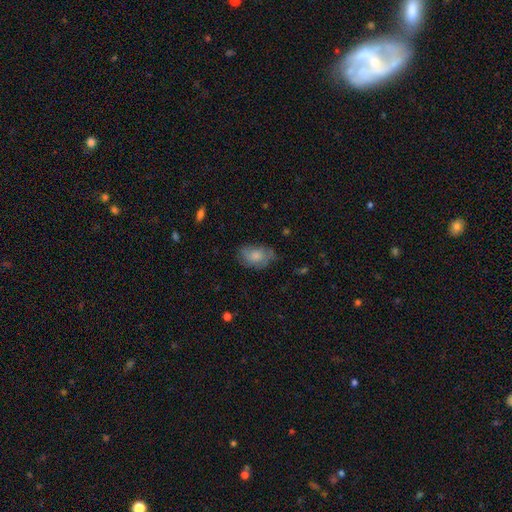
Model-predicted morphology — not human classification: smooth 67%, featured or disk 25%, star or artifact 8%. Down the decision tree: how rounded — in between (85%); merging — none (59%).